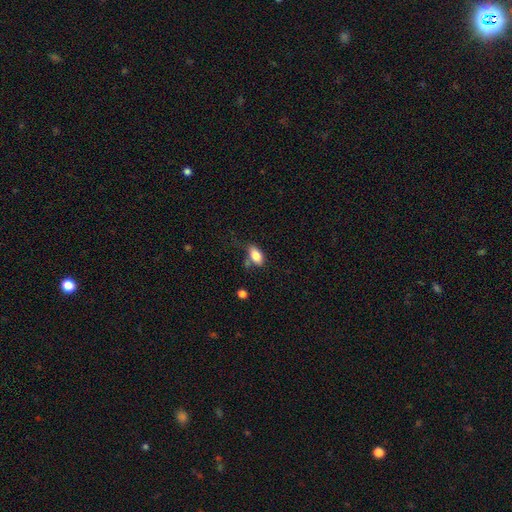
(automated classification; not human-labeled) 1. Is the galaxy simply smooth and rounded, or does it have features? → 83% smooth, 9% featured or disk, 8% star or artifact.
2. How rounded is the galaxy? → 90% in between, 6% round, 4% cigar-shaped.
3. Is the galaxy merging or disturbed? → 59% none, 23% minor disturbance, 10% merger, 8% major disturbance.